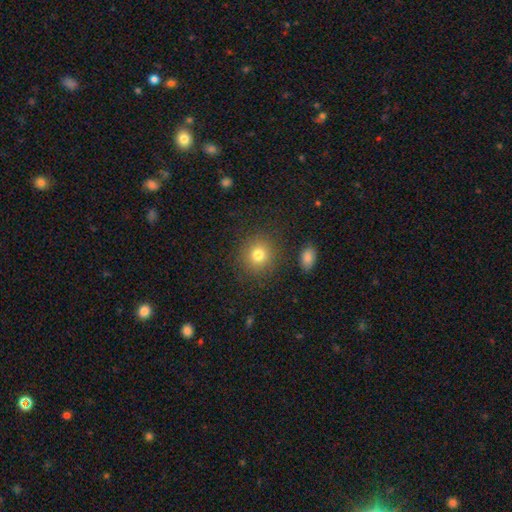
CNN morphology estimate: The model was most divided on "smooth or featured": smooth: 78%, star or artifact: 14%, featured or disk: 9%. More confident: merging — none (89%); how rounded — round (89%).